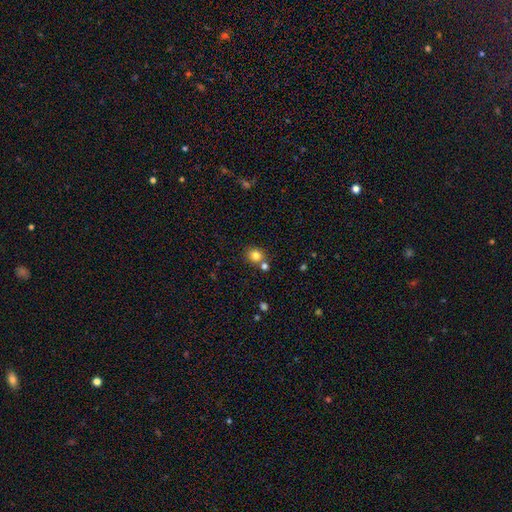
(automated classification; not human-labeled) Q: Smooth or featured?
A: smooth (81%); runner-up: star or artifact (12%)
Q: How rounded?
A: round (81%); runner-up: in between (18%)
Q: Merging?
A: none (67%); runner-up: merger (22%)